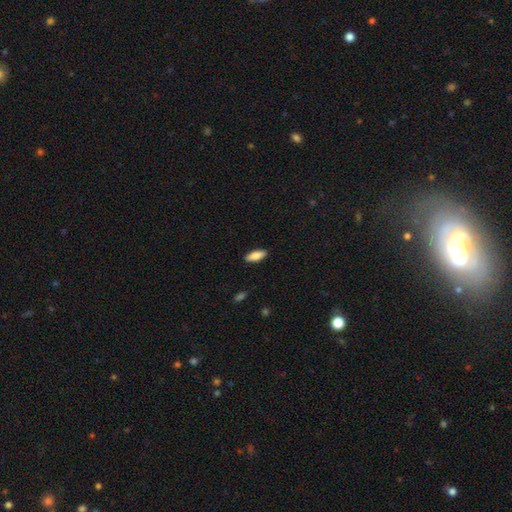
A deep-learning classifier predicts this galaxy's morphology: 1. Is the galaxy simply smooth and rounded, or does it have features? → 82% smooth, 12% featured or disk, 6% star or artifact.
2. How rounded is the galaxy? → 71% in between, 27% cigar-shaped, 2% round.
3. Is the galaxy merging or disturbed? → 89% none, 8% minor disturbance, 2% major disturbance, 1% merger.